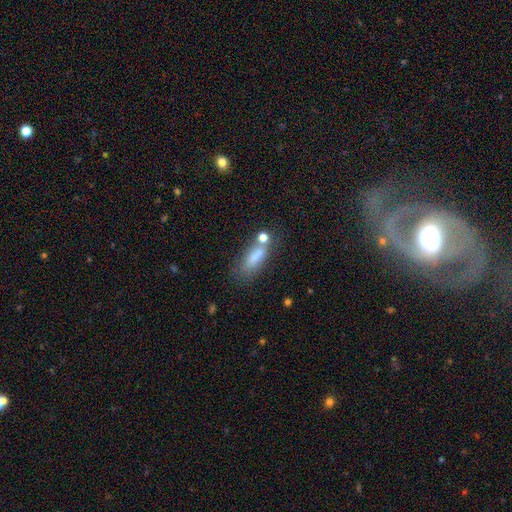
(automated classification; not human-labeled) The model was most divided on "merging": none: 45%, merger: 25%, minor disturbance: 19%, major disturbance: 12%. More confident: smooth or featured — smooth (73%); how rounded — in between (63%).